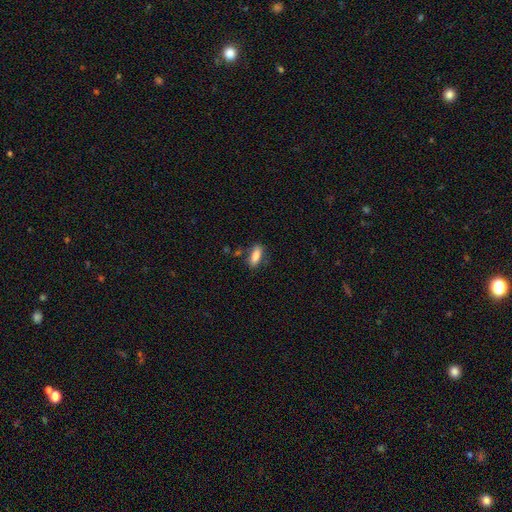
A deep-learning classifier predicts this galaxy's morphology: smooth-or-featured: smooth: 81% | featured or disk: 12% | star or artifact: 7%
  how-rounded: in between: 72% | cigar-shaped: 25% | round: 3%
  merging: none: 76% | minor disturbance: 15% | merger: 5% | major disturbance: 4%